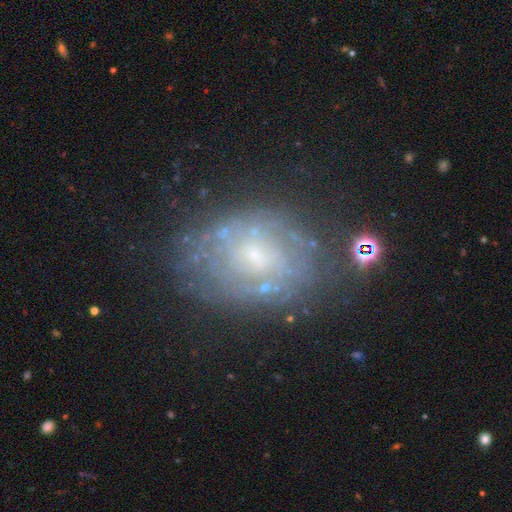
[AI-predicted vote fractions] This is likely a featured or disk galaxy (67%). It is clearly not viewed edge-on (96%). Bar: likely no (72%). Spiral arm pattern: possibly yes (57%). Central bulge: likely small (64%). Merging: likely none (65%).